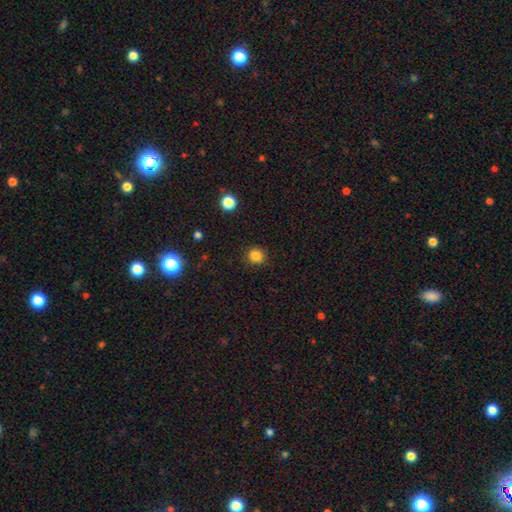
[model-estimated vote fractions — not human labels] The model was most divided on "smooth or featured": smooth: 84%, star or artifact: 12%, featured or disk: 4%. More confident: merging — none (90%); how rounded — round (89%).